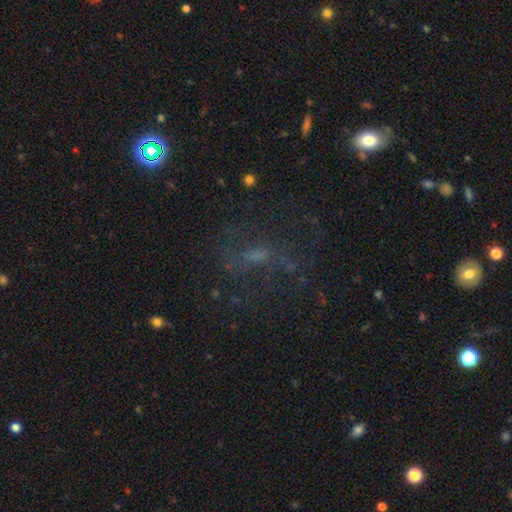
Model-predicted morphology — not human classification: A featured or disk galaxy (39%).

Vote fractions:
- Smooth or featured? featured or disk: 39% / smooth: 31% / star or artifact: 31%
- Merging? none: 56% / major disturbance: 23% / minor disturbance: 17% / merger: 3%